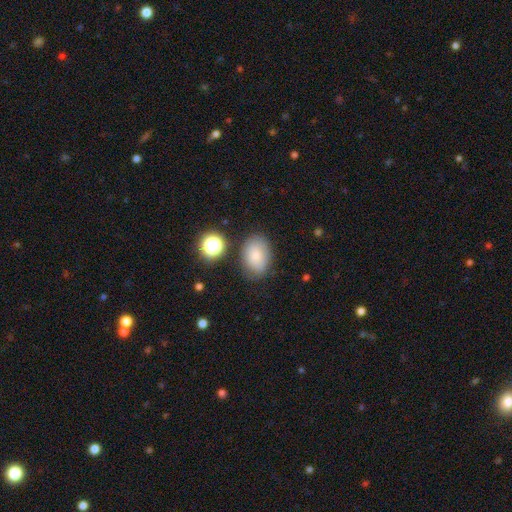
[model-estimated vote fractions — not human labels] Q: Smooth or featured?
A: smooth (82%); runner-up: star or artifact (9%)
Q: How rounded?
A: in between (82%); runner-up: round (17%)
Q: Merging?
A: none (76%); runner-up: minor disturbance (15%)